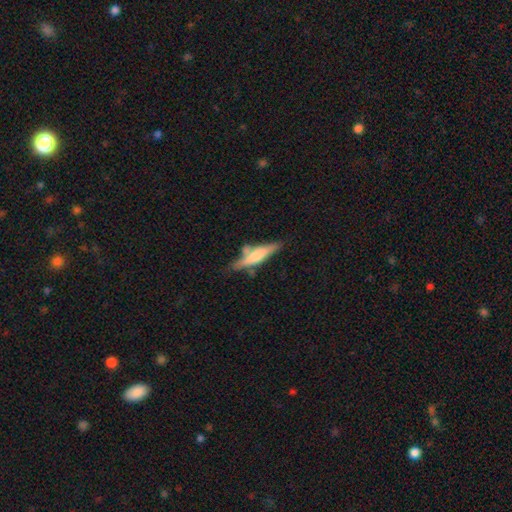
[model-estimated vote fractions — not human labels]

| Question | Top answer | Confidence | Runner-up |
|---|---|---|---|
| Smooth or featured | smooth | 51% | featured or disk (43%) |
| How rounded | cigar-shaped | 81% | in between (17%) |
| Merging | none | 59% | minor disturbance (19%) |